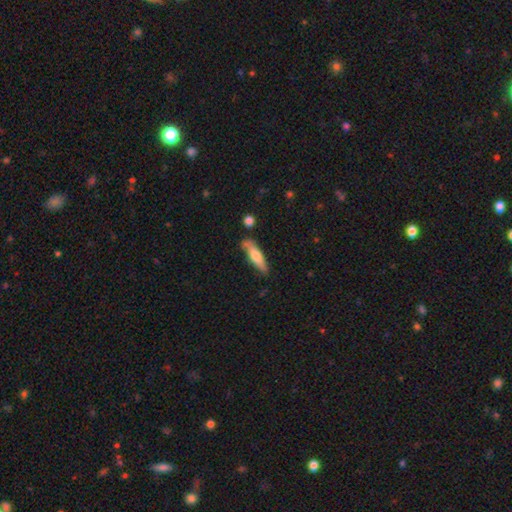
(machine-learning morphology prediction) Smooth or featured? Predicted: smooth (p=0.60). How rounded? Predicted: cigar-shaped (p=0.73). Merging? Predicted: none (p=0.71).